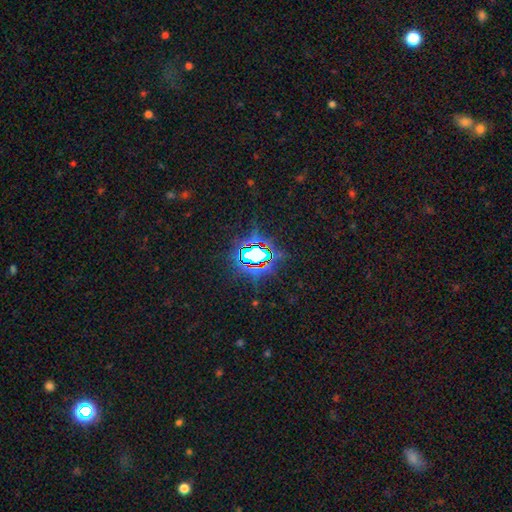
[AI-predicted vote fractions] Smooth or featured?
  - star or artifact: 78% *
  - smooth: 13%
  - featured or disk: 10%